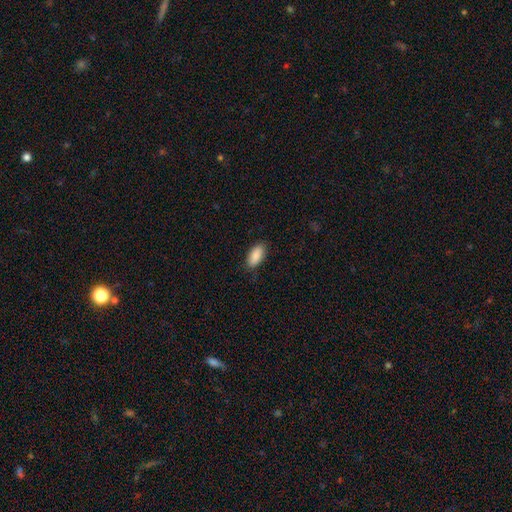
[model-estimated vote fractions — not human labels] The model was most divided on "merging": none: 85%, minor disturbance: 11%, major disturbance: 2%, merger: 1%. More confident: how rounded — in between (92%); smooth or featured — smooth (88%).